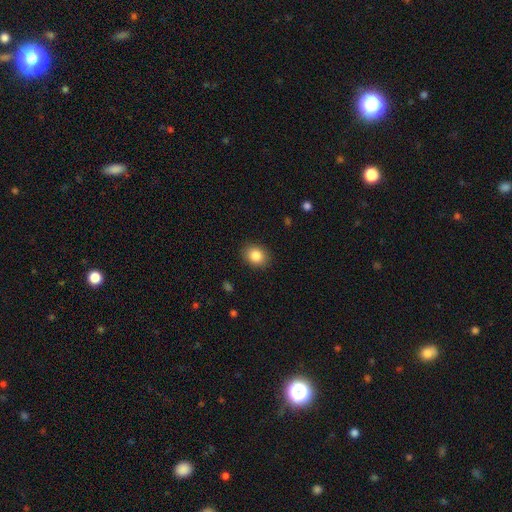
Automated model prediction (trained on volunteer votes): Smooth or featured? smooth (85%)
How rounded? round (51%)
Merging? none (89%)